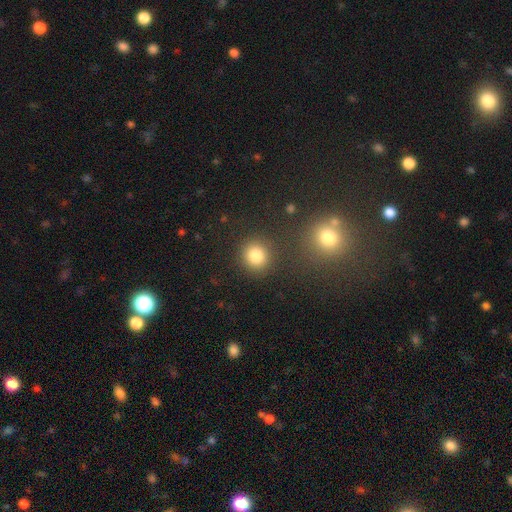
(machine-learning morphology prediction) smooth_or_featured: smooth (p=0.82) [alt: star or artifact p=0.12]
how_rounded: round (p=0.88) [alt: in between p=0.11]
merging: none (p=0.85) [alt: minor disturbance p=0.07]